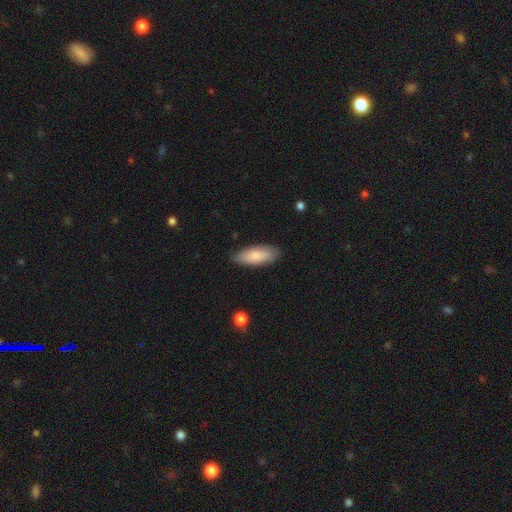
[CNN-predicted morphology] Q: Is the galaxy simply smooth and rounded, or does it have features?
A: smooth — 82%.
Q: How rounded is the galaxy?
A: in between — 75%.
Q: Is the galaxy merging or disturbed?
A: none — 85%.